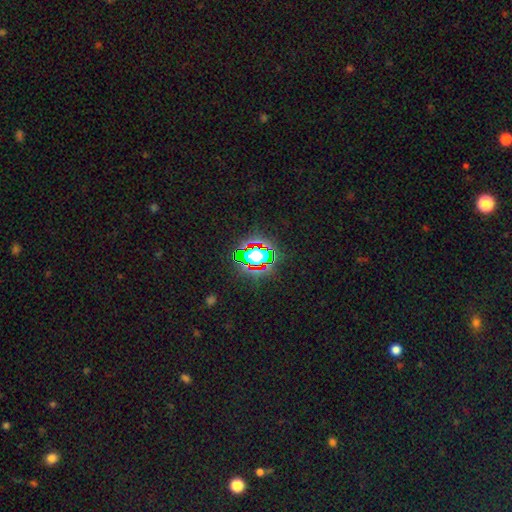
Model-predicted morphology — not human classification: Q: Smooth or featured?
A: star or artifact (65%); runner-up: smooth (21%)